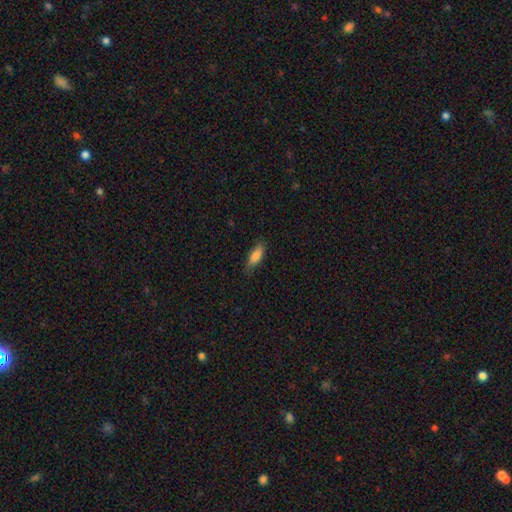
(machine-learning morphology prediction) Q: Smooth or featured?
A: smooth (83%); runner-up: featured or disk (11%)
Q: How rounded?
A: in between (74%); runner-up: cigar-shaped (24%)
Q: Merging?
A: none (78%); runner-up: minor disturbance (18%)